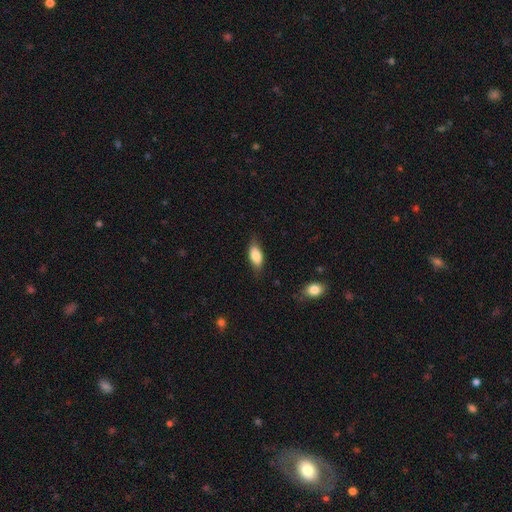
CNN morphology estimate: Smooth or featured? Predicted: smooth (p=0.80). How rounded? Predicted: in between (p=0.84). Merging? Predicted: none (p=0.76).